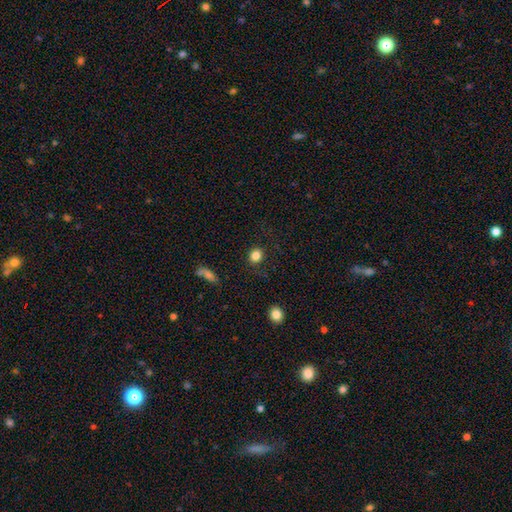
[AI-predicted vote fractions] smooth_or_featured: smooth (p=0.85) [alt: star or artifact p=0.10]
how_rounded: round (p=0.81) [alt: in between p=0.18]
merging: none (p=0.86) [alt: minor disturbance p=0.09]